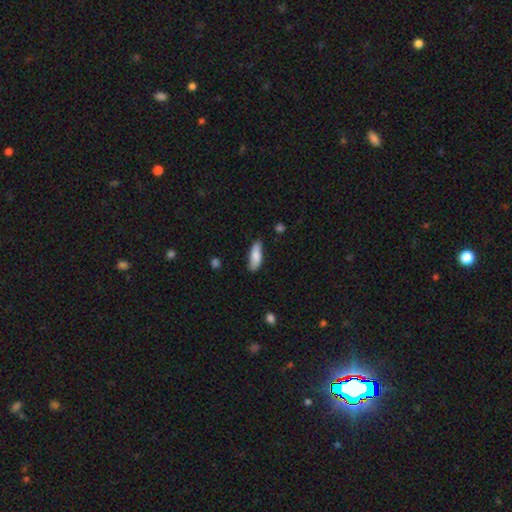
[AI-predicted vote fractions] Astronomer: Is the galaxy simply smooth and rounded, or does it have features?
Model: smooth — 80%.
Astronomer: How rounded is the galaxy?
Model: in between — 63%.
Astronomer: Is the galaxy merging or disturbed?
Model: none — 76%.